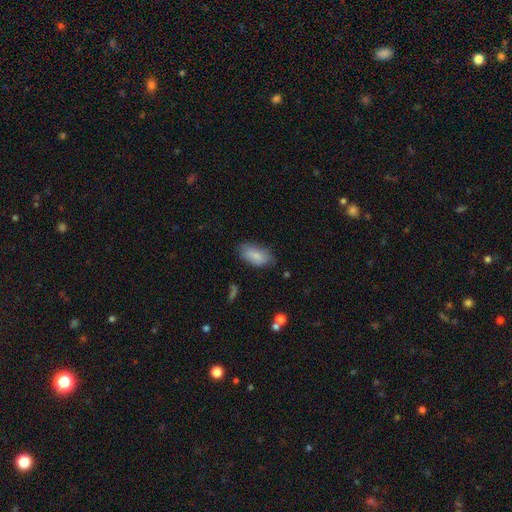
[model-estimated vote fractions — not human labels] smooth-or-featured: smooth: 83% | featured or disk: 10% | star or artifact: 7%
  how-rounded: in between: 93% | cigar-shaped: 4% | round: 3%
  merging: none: 71% | minor disturbance: 23% | major disturbance: 5% | merger: 2%